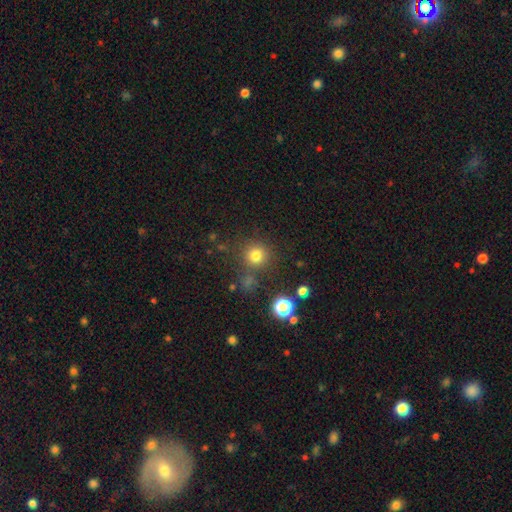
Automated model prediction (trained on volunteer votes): A smooth galaxy with no disk features (76%) that is round (94%).

Vote fractions:
- Smooth or featured? smooth: 76% / star or artifact: 17% / featured or disk: 6%
- How rounded? round: 94% / in between: 5% / cigar-shaped: 1%
- Merging? none: 80% / minor disturbance: 9% / merger: 7% / major disturbance: 4%